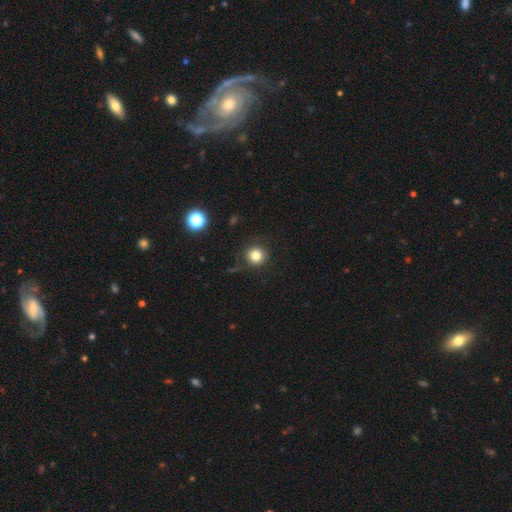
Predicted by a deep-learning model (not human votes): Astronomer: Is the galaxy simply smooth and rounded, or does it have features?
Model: smooth — 80%.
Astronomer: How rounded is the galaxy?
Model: round — 94%.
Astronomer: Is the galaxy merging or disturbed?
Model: none — 86%.